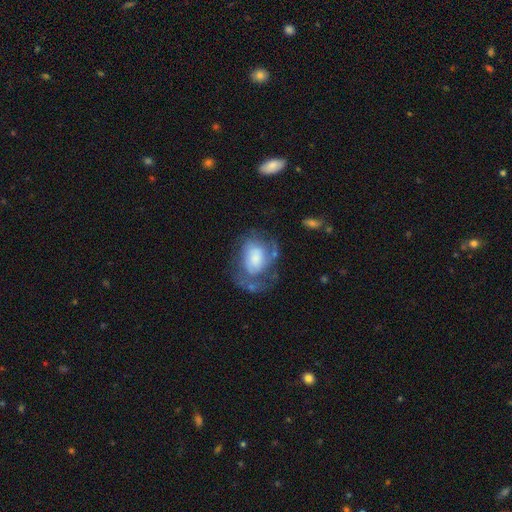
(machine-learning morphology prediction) Q: Smooth or featured?
A: featured or disk (57%); runner-up: smooth (35%)
Q: Edge-on disk?
A: no (96%); runner-up: yes (4%)
Q: Bar?
A: no (73%); runner-up: weak (22%)
Q: Spiral arms?
A: yes (68%); runner-up: no (32%)
Q: Bulge size?
A: large (39%); runner-up: moderate (23%)
Q: Merging?
A: none (42%); runner-up: major disturbance (30%)